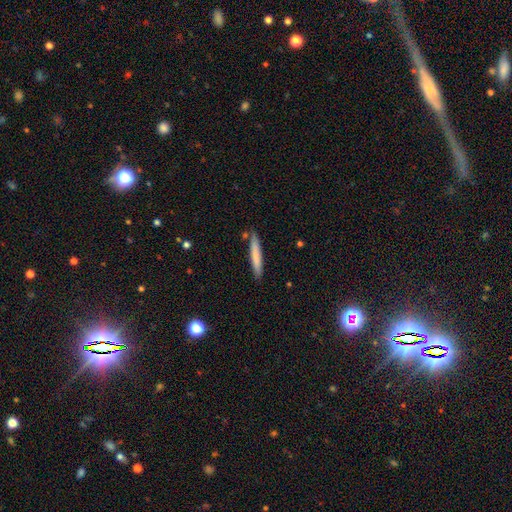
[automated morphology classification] Smooth or featured: smooth — 74% (featured or disk — 20%)
How rounded: cigar-shaped — 95% (in between — 4%)
Merging: none — 86% (minor disturbance — 10%)